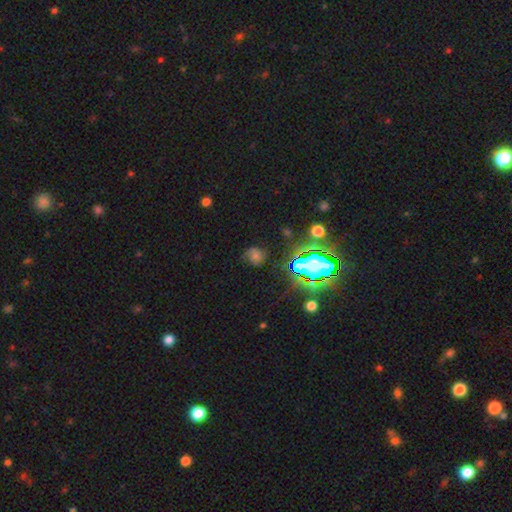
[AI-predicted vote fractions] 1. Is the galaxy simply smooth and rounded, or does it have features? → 41% smooth, 38% star or artifact, 21% featured or disk.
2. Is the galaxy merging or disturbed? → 69% none, 17% minor disturbance, 10% major disturbance, 4% merger.